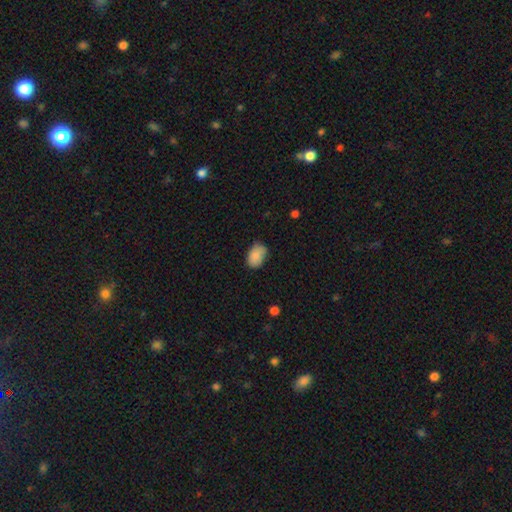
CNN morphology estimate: Smooth or featured?
  - smooth: 86% *
  - star or artifact: 7%
  - featured or disk: 7%
How rounded?
  - in between: 83% *
  - round: 16%
  - cigar-shaped: 1%
Merging?
  - none: 68% *
  - minor disturbance: 26%
  - major disturbance: 4%
  - merger: 2%